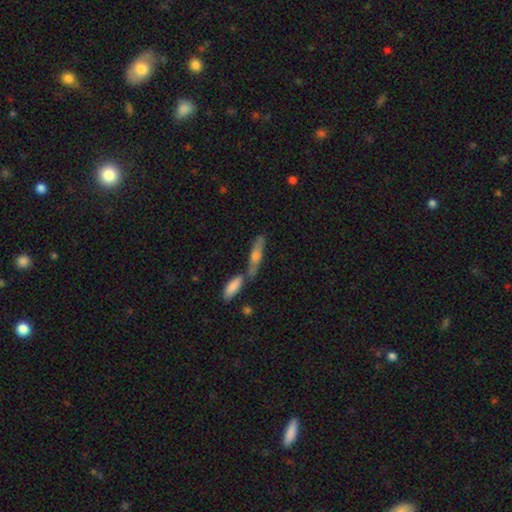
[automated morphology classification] This appears to be a smooth galaxy with no disk features (50%). Merging: none (52%).